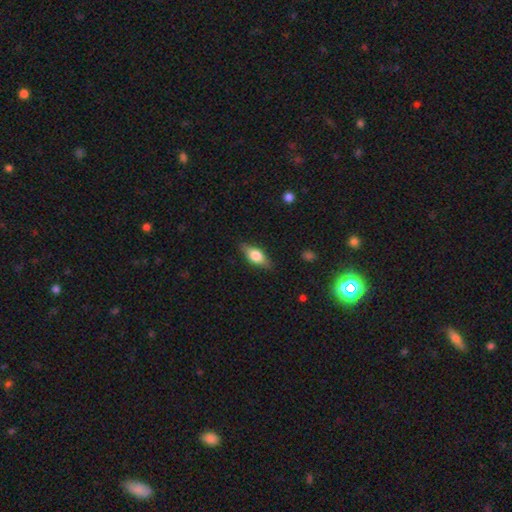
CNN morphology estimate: This is likely a smooth galaxy (62%). How rounded: likely in between (76%). Merging: clearly none (83%).